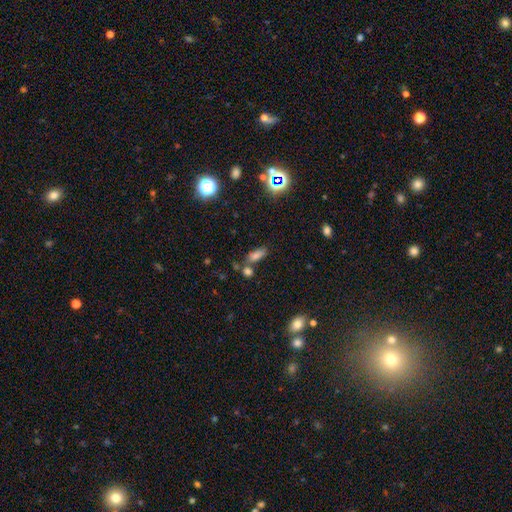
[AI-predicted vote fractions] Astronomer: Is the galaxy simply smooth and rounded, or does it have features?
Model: smooth — 67%.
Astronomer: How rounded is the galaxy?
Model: in between — 71%.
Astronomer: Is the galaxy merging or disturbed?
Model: none — 57%.